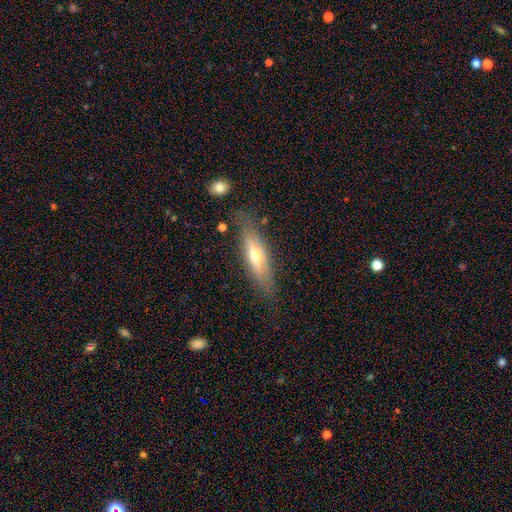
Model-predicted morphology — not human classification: Smooth or featured? Predicted: featured or disk (p=0.55). Edge-on disk? Predicted: yes (p=0.84). Merging? Predicted: none (p=0.76).